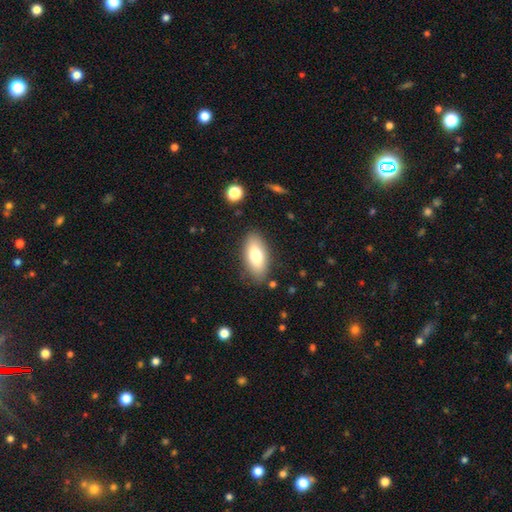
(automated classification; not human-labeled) smooth_or_featured: smooth (p=0.75) [alt: featured or disk p=0.18]
how_rounded: in between (p=0.86) [alt: cigar-shaped p=0.12]
merging: none (p=0.83) [alt: minor disturbance p=0.12]